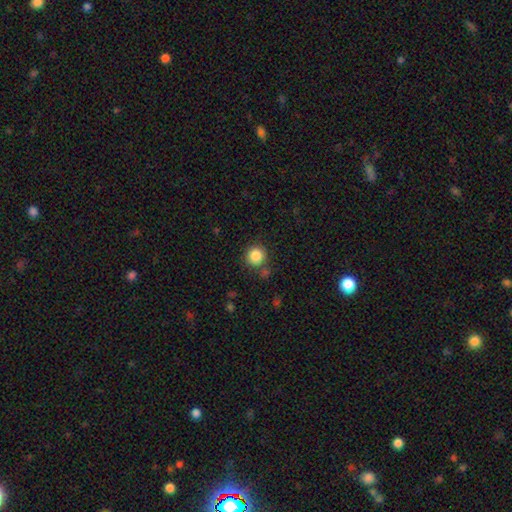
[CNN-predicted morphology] smooth 86%, star or artifact 10%, featured or disk 4%. Down the decision tree: how rounded — round (93%); merging — none (81%).